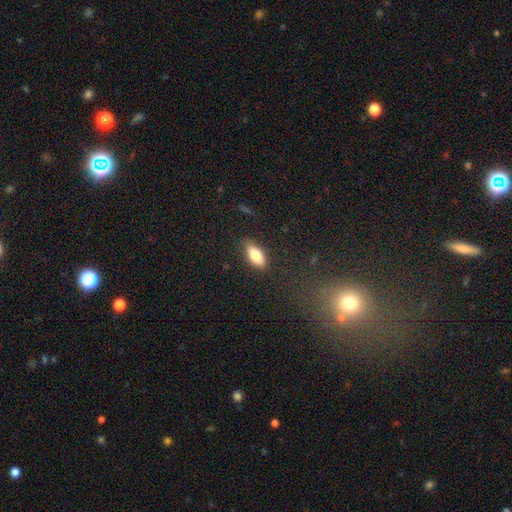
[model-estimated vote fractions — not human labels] The model was most divided on "merging": none: 83%, minor disturbance: 13%, major disturbance: 3%, merger: 1%. More confident: how rounded — in between (85%); smooth or featured — smooth (82%).